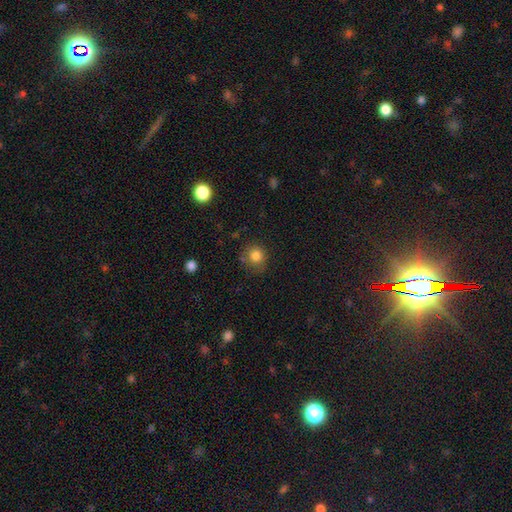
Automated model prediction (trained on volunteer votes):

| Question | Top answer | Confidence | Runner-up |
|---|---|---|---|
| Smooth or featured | smooth | 81% | star or artifact (12%) |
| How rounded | round | 88% | in between (11%) |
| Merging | none | 76% | minor disturbance (16%) |